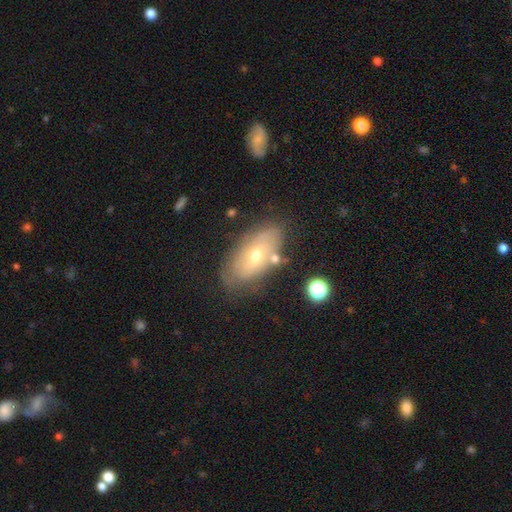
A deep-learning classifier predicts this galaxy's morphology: Smooth or featured?
  - featured or disk: 49% *
  - smooth: 41%
  - star or artifact: 9%
Merging?
  - none: 68% *
  - minor disturbance: 19%
  - merger: 7%
  - major disturbance: 6%